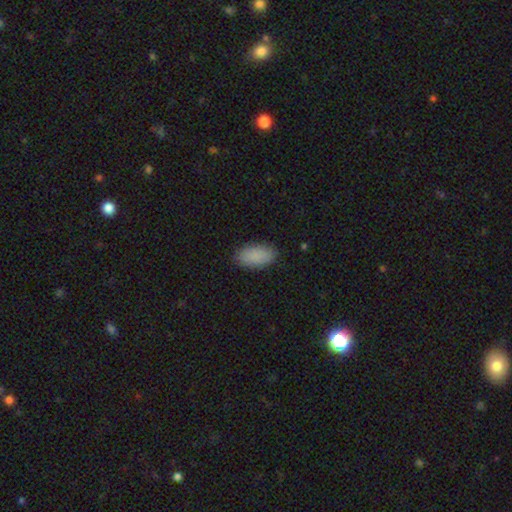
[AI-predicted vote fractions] Smooth or featured? Predicted: smooth (p=0.89). How rounded? Predicted: in between (p=0.94). Merging? Predicted: none (p=0.86).